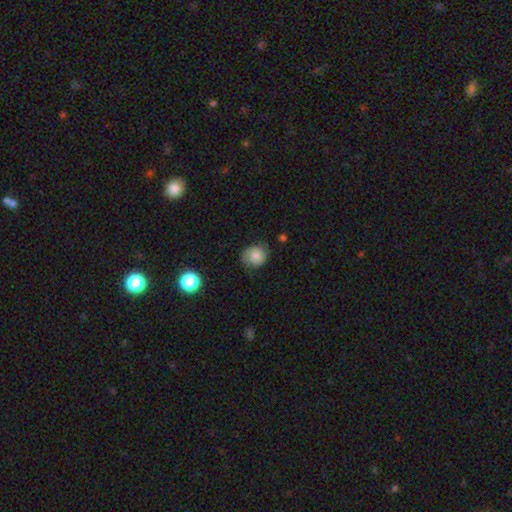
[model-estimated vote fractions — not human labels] Smooth or featured?
  - smooth: 70% *
  - featured or disk: 20%
  - star or artifact: 10%
How rounded?
  - round: 72% *
  - in between: 27%
  - cigar-shaped: 1%
Merging?
  - none: 68% *
  - minor disturbance: 24%
  - major disturbance: 7%
  - merger: 1%